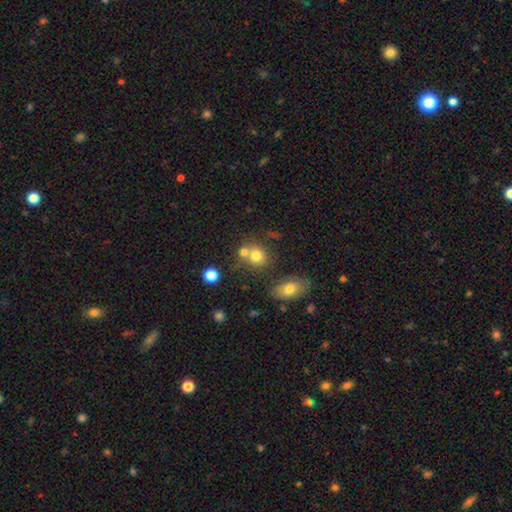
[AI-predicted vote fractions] This appears to be a smooth galaxy with no disk features (76%) that is round (76%). Merging: none (49%).